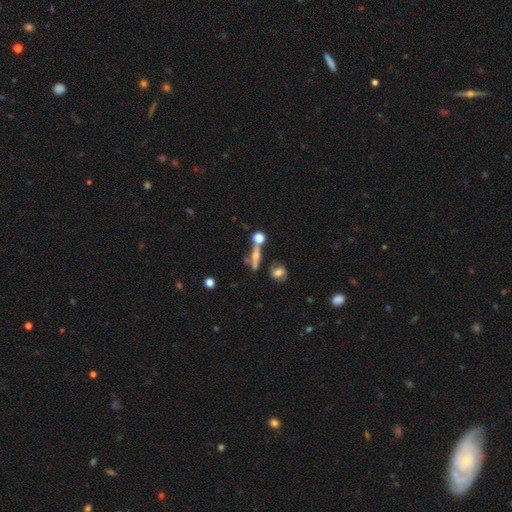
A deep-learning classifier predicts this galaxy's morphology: Smooth or featured: featured or disk — 50% (smooth — 35%)
Merging: none — 57% (merger — 21%)